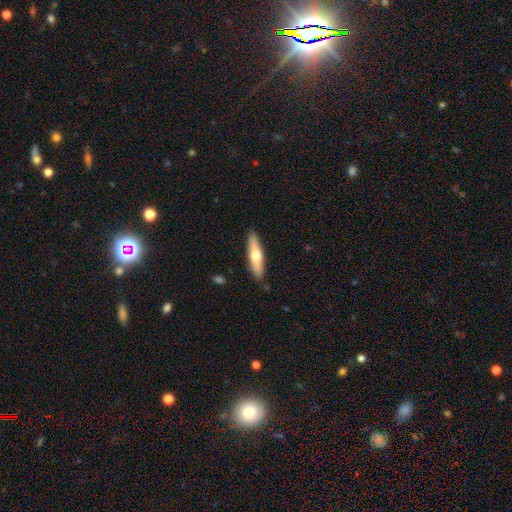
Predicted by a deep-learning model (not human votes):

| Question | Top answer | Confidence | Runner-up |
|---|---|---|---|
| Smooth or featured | smooth | 55% | featured or disk (39%) |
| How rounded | cigar-shaped | 73% | in between (25%) |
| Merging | none | 87% | minor disturbance (10%) |